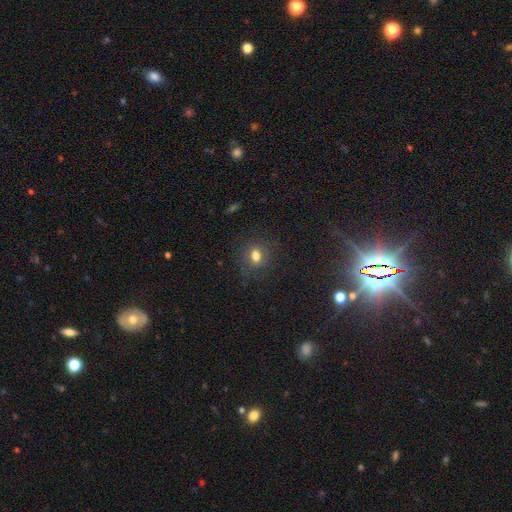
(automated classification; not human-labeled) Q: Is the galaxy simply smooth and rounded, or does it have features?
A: smooth — 73%.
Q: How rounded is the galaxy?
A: round — 51%.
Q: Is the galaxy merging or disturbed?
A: none — 81%.